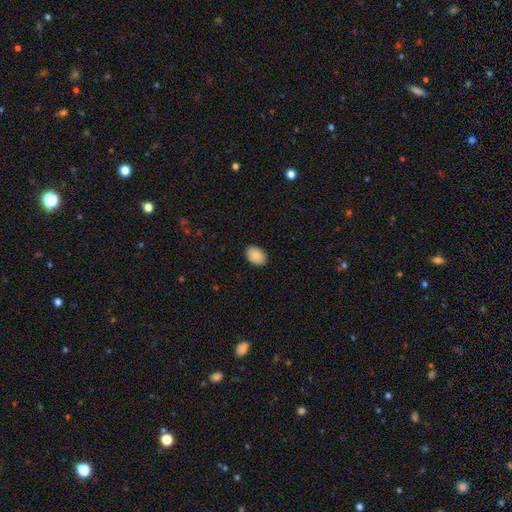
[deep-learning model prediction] Overall: smooth (89%). How rounded: in between (86%). Merging: none (89%).